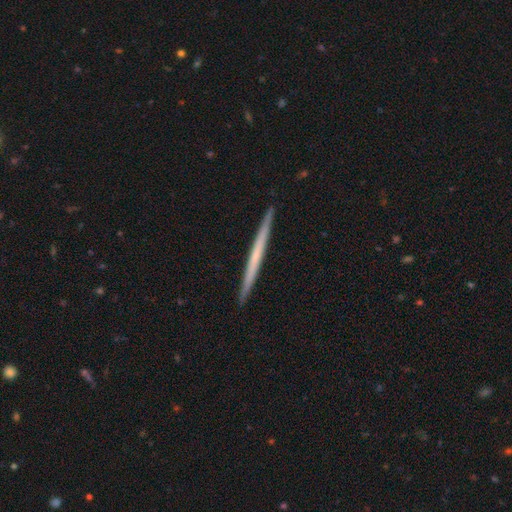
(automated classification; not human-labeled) Q: Smooth or featured?
A: featured or disk (53%); runner-up: smooth (42%)
Q: Edge-on disk?
A: yes (98%); runner-up: no (2%)
Q: Edge-on bulge?
A: none (89%); runner-up: rounded (8%)
Q: Merging?
A: none (93%); runner-up: minor disturbance (5%)